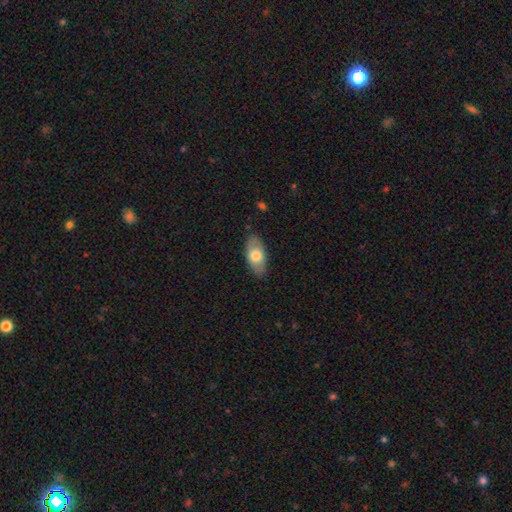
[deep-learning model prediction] smooth 67%, featured or disk 27%, star or artifact 6%. Down the decision tree: how rounded — in between (91%); merging — none (84%).